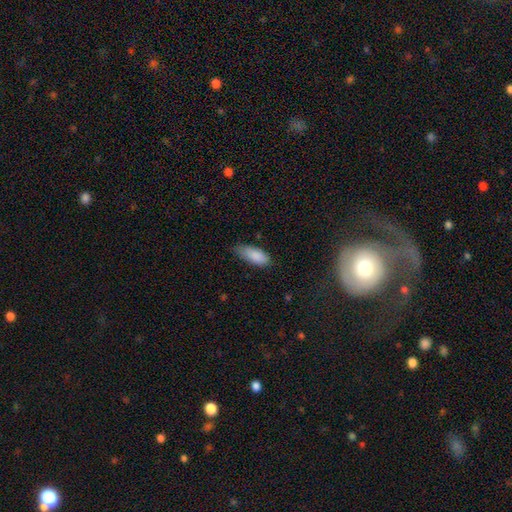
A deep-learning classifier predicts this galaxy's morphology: Smooth or featured: smooth — 88% (featured or disk — 6%)
How rounded: in between — 82% (cigar-shaped — 16%)
Merging: none — 60% (minor disturbance — 33%)